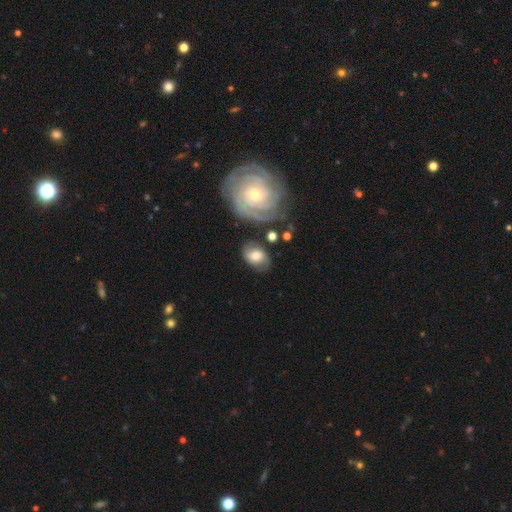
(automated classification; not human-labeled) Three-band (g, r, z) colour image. It shows a featured or disk galaxy (51%). Merging: none (68%).